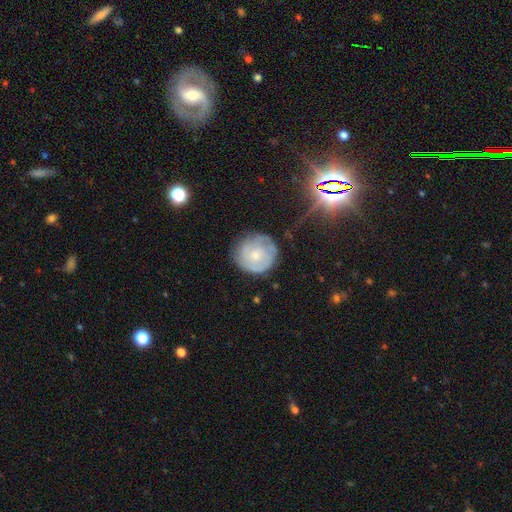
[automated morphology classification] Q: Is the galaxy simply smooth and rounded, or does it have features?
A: featured or disk — 53%.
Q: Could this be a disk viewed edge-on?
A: no — 97%.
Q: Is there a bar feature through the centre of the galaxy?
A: no — 78%.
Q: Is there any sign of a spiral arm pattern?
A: yes — 77%.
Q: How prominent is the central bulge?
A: small — 56%.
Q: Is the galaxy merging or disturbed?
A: none — 76%.